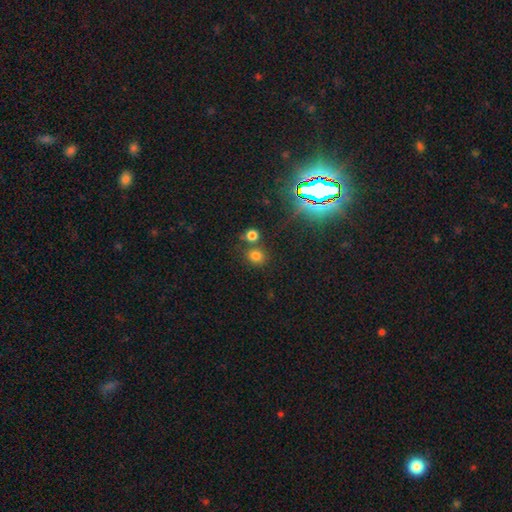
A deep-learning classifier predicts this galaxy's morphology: Smooth or featured? Predicted: smooth (p=0.73). How rounded? Predicted: round (p=0.73). Merging? Predicted: none (p=0.67).